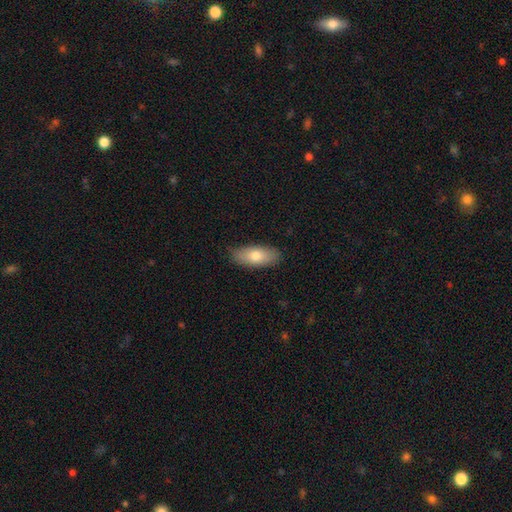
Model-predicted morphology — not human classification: smooth_or_featured: smooth (p=0.76) [alt: featured or disk p=0.18]
how_rounded: in between (p=0.84) [alt: cigar-shaped p=0.13]
merging: none (p=0.84) [alt: minor disturbance p=0.12]